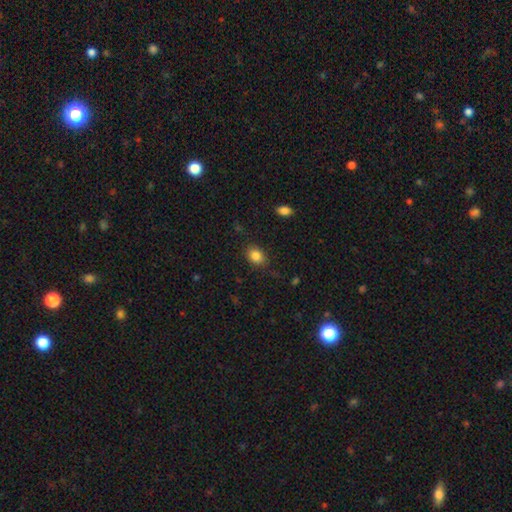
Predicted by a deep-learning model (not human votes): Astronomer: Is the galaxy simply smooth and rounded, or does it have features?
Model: smooth — 84%.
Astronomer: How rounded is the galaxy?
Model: in between — 69%.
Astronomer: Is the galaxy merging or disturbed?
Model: none — 80%.